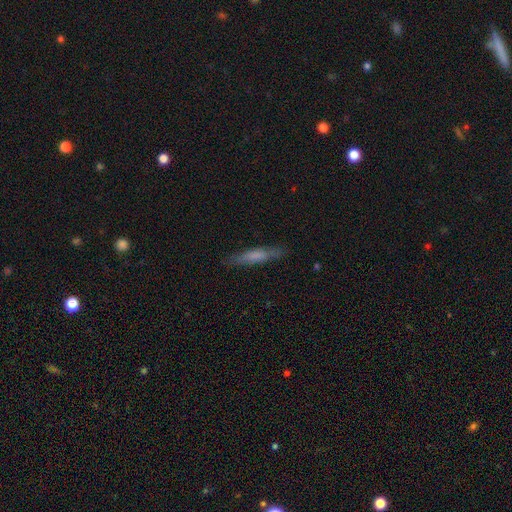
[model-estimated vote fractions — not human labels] Smooth or featured? Predicted: smooth (p=0.62). How rounded? Predicted: cigar-shaped (p=0.87). Merging? Predicted: none (p=0.83).